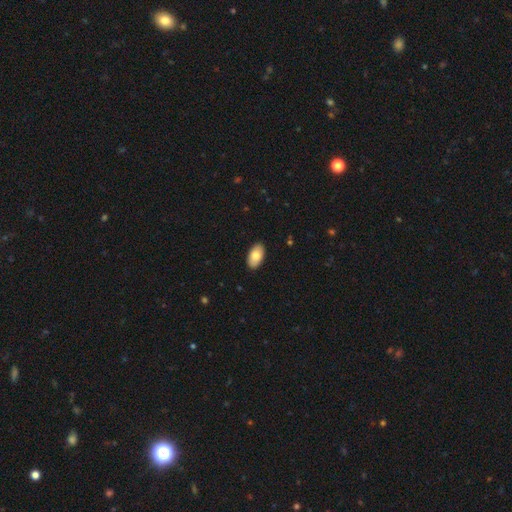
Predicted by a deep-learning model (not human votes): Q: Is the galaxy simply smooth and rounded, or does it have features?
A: smooth — 79%.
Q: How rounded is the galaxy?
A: in between — 95%.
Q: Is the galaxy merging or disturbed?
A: none — 90%.